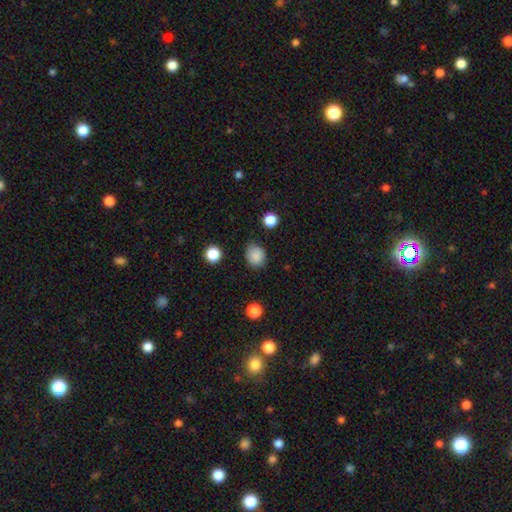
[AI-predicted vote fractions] A smooth galaxy with no disk features (86%) that is round (67%). Merging: none (76%).